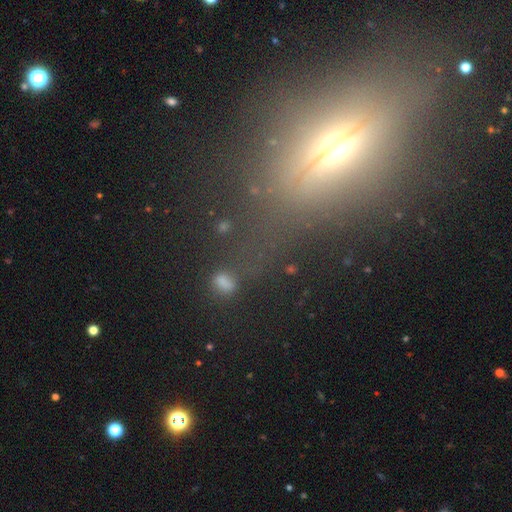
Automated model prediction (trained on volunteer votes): This is marginally a featured or disk galaxy (42%). Merging: likely none (68%).